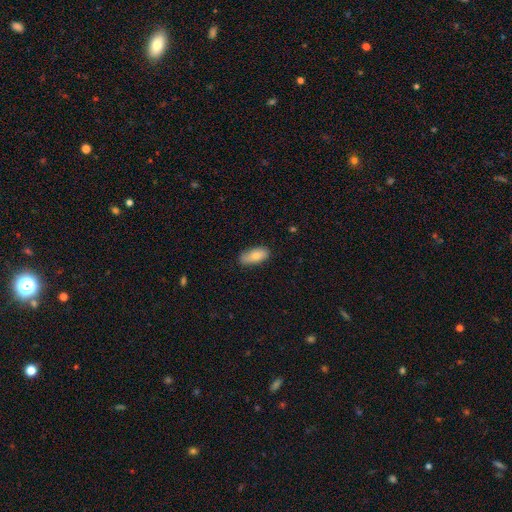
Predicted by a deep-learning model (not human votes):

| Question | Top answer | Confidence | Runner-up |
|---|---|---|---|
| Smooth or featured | smooth | 83% | featured or disk (11%) |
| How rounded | in between | 86% | cigar-shaped (12%) |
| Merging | none | 79% | minor disturbance (17%) |